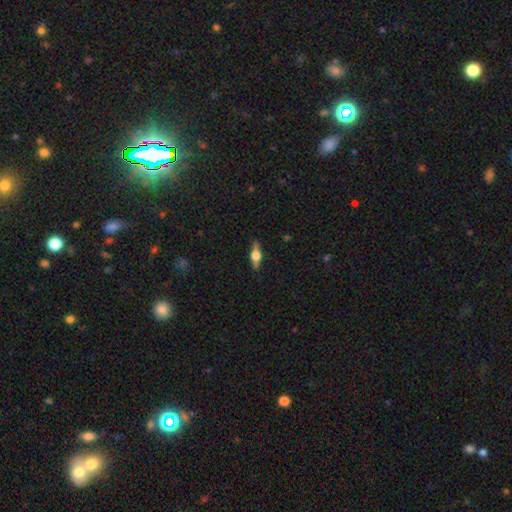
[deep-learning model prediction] Smooth or featured? featured or disk (62%)
Edge-on disk? yes (95%)
Edge-on bulge? rounded (93%)
Merging? none (86%)